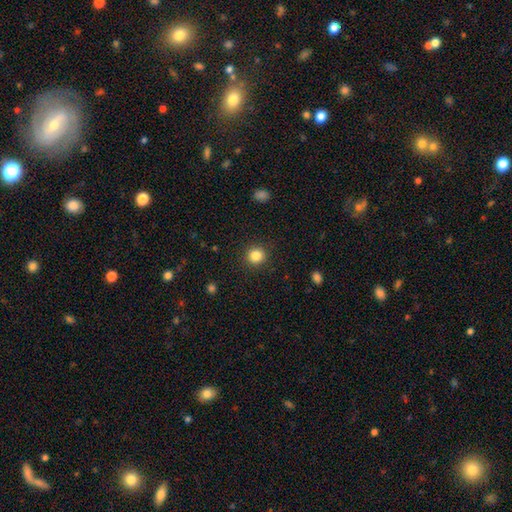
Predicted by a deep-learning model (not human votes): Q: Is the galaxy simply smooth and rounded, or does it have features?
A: smooth — 84%.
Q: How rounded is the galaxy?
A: round — 91%.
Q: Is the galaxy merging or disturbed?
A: none — 90%.